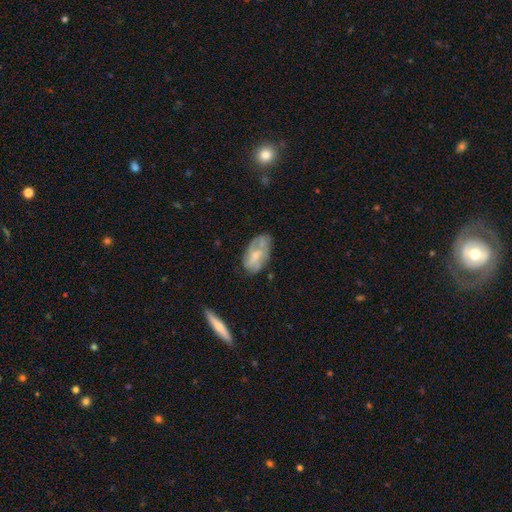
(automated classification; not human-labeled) The model was most divided on "smooth or featured": featured or disk: 53%, smooth: 40%, star or artifact: 7%. More confident: edge-on disk — no (93%); merging — none (55%).